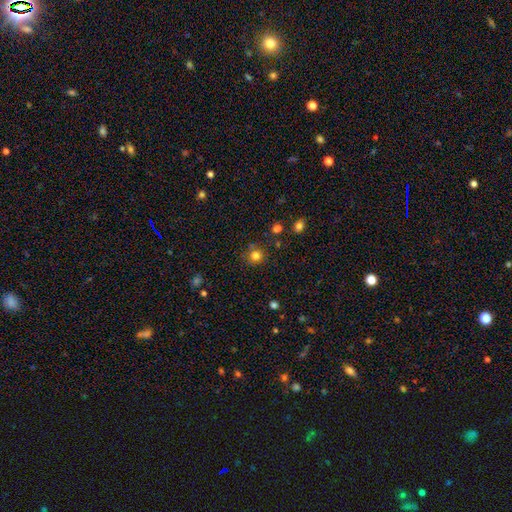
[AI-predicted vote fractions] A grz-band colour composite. It shows a smooth galaxy with no disk features (79%) that is round (87%). Merging: none (78%).